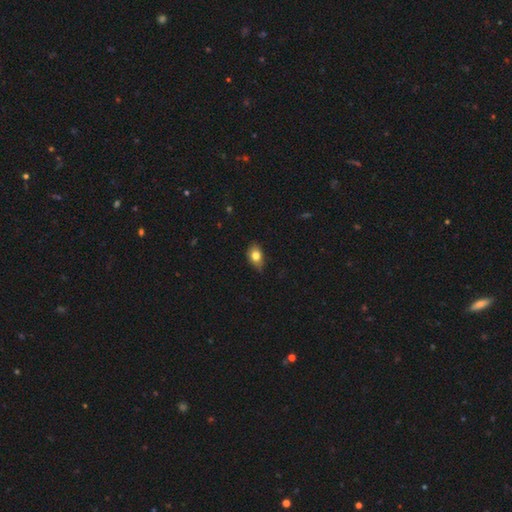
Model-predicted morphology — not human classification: type=smooth (78%); roundness=in between (77%); merging=none (65%).